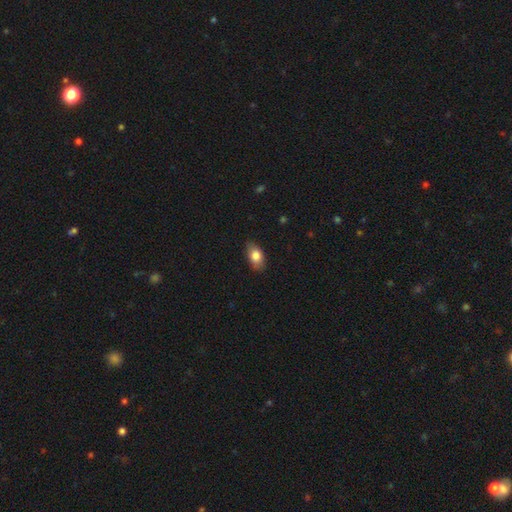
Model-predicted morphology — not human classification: A smooth galaxy with no disk features (83%) that is in between round and cigar-shaped (89%).

Vote fractions:
- Smooth or featured? smooth: 83% / featured or disk: 10% / star or artifact: 7%
- How rounded? in between: 89% / round: 8% / cigar-shaped: 3%
- Merging? none: 83% / minor disturbance: 13% / major disturbance: 3% / merger: 1%